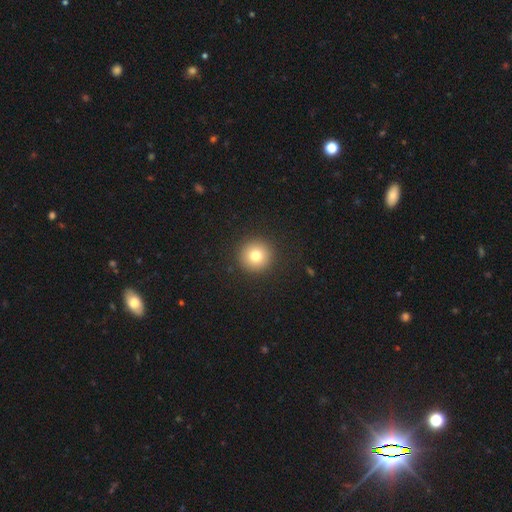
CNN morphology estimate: This is likely a smooth galaxy (79%). How rounded: clearly round (95%). Merging: clearly none (92%).